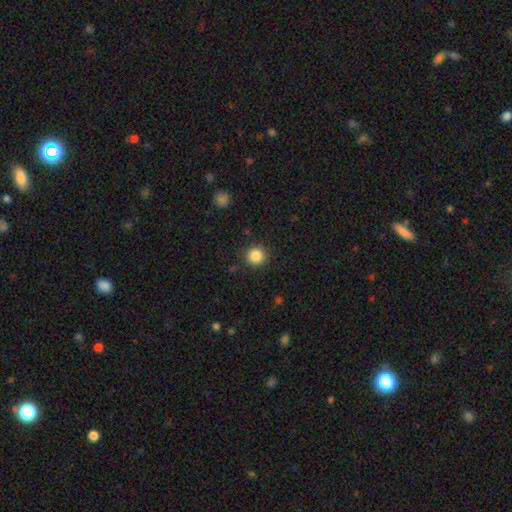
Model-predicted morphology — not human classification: The model was most divided on "smooth or featured": smooth: 85%, star or artifact: 11%, featured or disk: 4%. More confident: how rounded — round (94%); merging — none (90%).